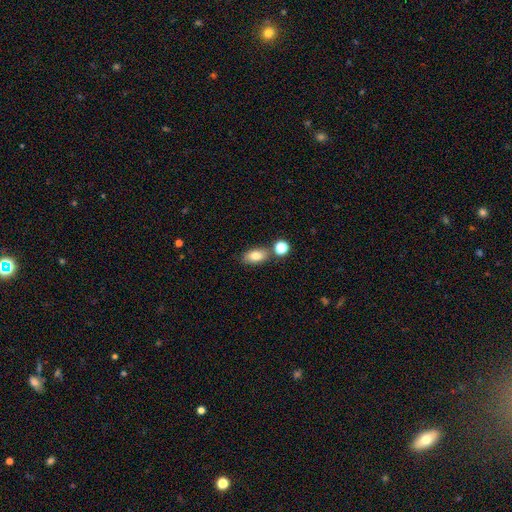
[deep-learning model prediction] Overall: smooth (81%). How rounded: in between (86%). Merging: none (69%).